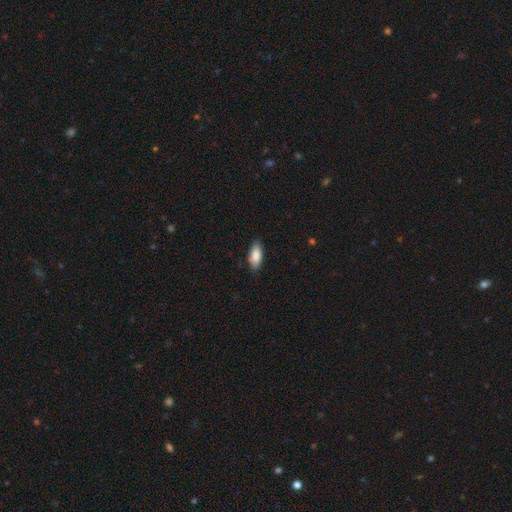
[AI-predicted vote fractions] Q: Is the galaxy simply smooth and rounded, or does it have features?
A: smooth — 86%.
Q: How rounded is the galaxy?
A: in between — 82%.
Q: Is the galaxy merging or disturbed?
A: none — 84%.